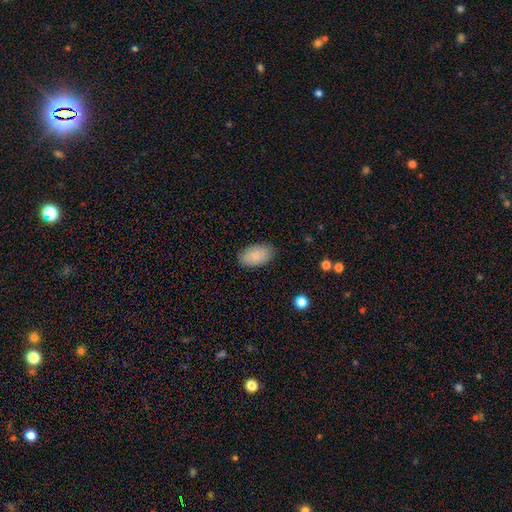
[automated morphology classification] Overall: smooth (88%). How rounded: in between (94%). Merging: none (87%).